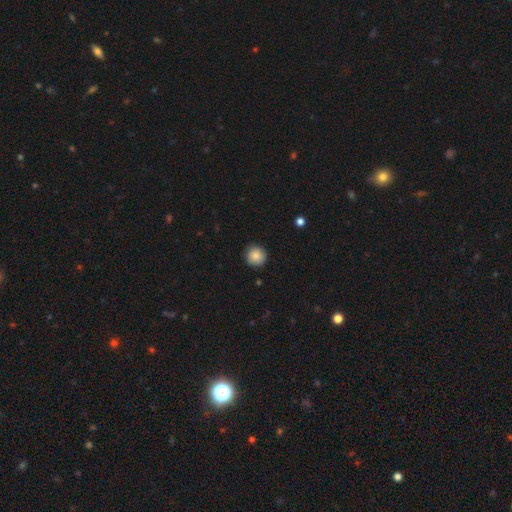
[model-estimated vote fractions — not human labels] A smooth galaxy with no disk features (87%) that is round (94%). Merging: none (89%).